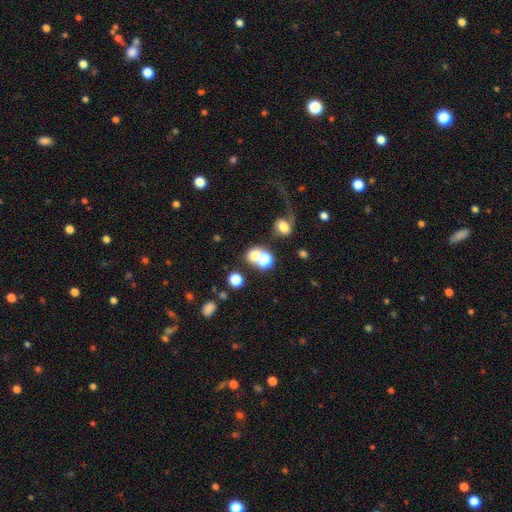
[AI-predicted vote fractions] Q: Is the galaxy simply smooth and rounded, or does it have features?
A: smooth — 64%.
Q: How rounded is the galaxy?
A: round — 69%.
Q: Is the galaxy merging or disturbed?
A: merger — 43%.